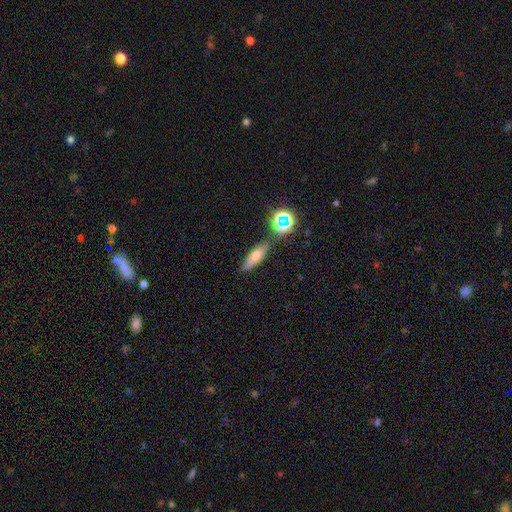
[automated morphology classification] Smooth or featured: smooth — 56% (featured or disk — 29%)
How rounded: cigar-shaped — 53% (in between — 41%)
Merging: none — 79% (minor disturbance — 11%)